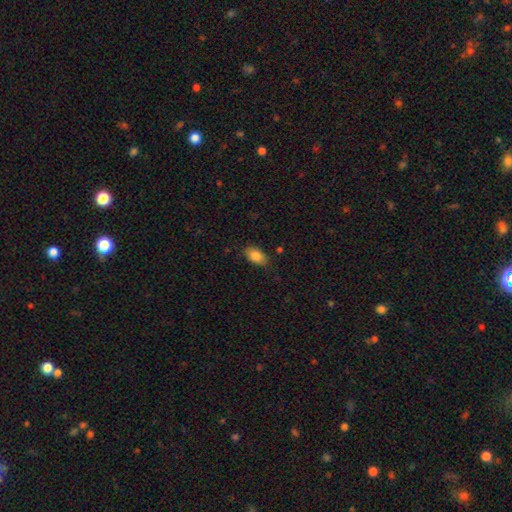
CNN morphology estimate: A smooth galaxy with no disk features (85%) that is in between round and cigar-shaped (91%).

Vote fractions:
- Smooth or featured? smooth: 85% / star or artifact: 8% / featured or disk: 7%
- How rounded? in between: 91% / round: 7% / cigar-shaped: 2%
- Merging? none: 83% / minor disturbance: 13% / major disturbance: 3% / merger: 1%